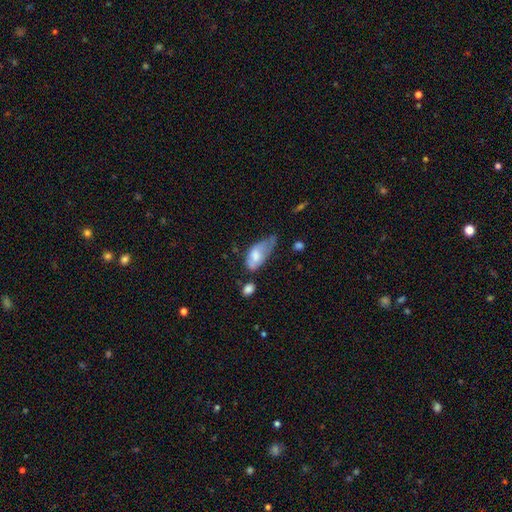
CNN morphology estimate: Smooth or featured: smooth — 68% (featured or disk — 25%)
How rounded: in between — 89% (cigar-shaped — 7%)
Merging: minor disturbance — 39% (major disturbance — 35%)